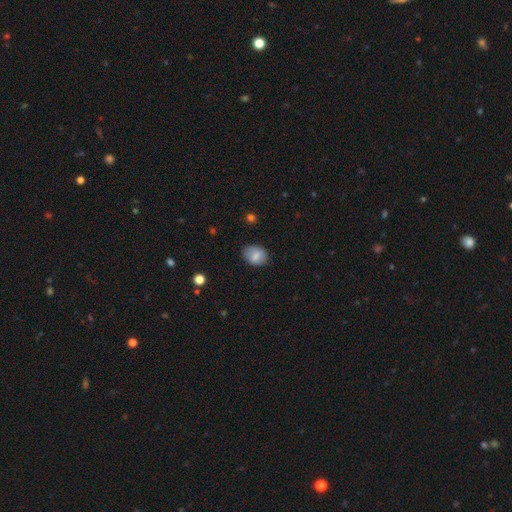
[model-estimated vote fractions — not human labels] smooth-or-featured: smooth: 79% | featured or disk: 13% | star or artifact: 8%
  how-rounded: in between: 63% | round: 36% | cigar-shaped: 1%
  merging: none: 79% | minor disturbance: 17% | major disturbance: 3% | merger: 1%